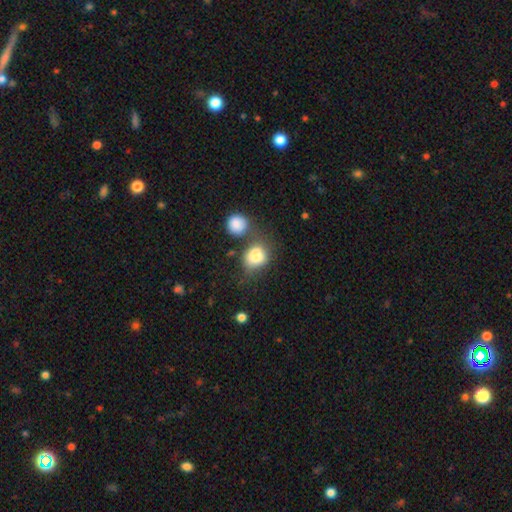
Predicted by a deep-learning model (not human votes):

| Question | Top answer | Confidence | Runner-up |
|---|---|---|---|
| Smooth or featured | smooth | 81% | featured or disk (10%) |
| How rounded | round | 54% | in between (45%) |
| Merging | none | 42% | merger (26%) |